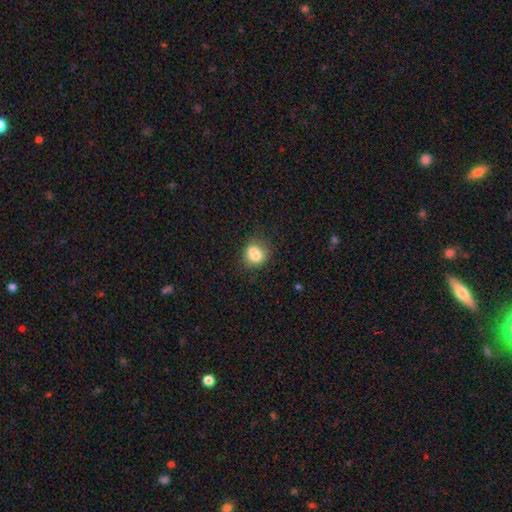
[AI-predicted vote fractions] smooth-or-featured: smooth: 74% | featured or disk: 15% | star or artifact: 10%
  how-rounded: round: 69% | in between: 29% | cigar-shaped: 1%
  merging: none: 51% | merger: 28% | minor disturbance: 15% | major disturbance: 5%